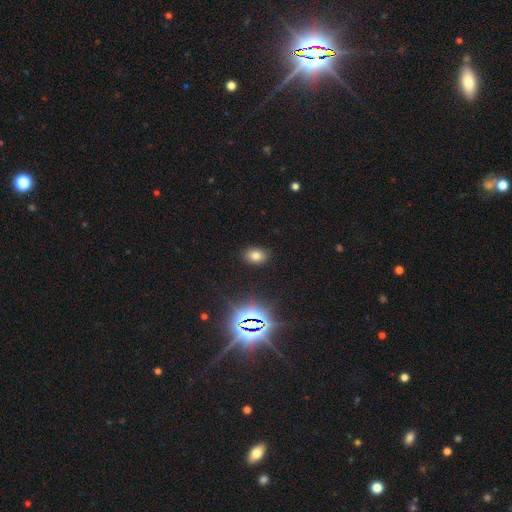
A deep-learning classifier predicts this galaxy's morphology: A smooth galaxy with no disk features (73%) that is in between round and cigar-shaped (75%). Merging: none (88%).